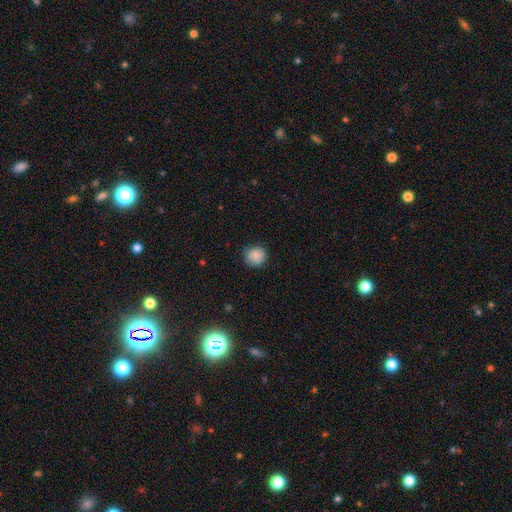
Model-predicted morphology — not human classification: Smooth or featured? smooth (87%)
How rounded? round (91%)
Merging? none (84%)